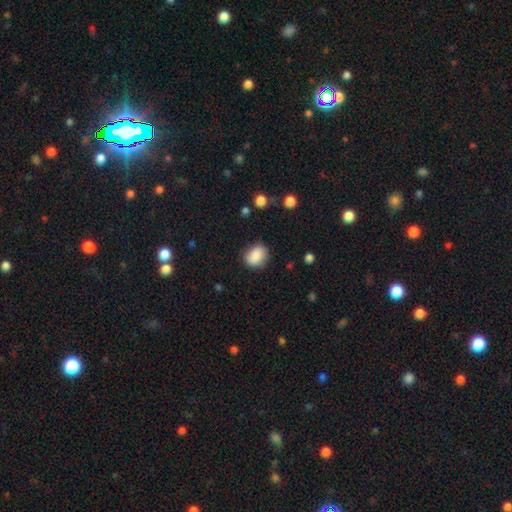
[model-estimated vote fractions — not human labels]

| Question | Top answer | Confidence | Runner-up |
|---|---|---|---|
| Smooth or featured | smooth | 87% | star or artifact (8%) |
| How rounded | in between | 54% | round (45%) |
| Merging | none | 76% | minor disturbance (18%) |